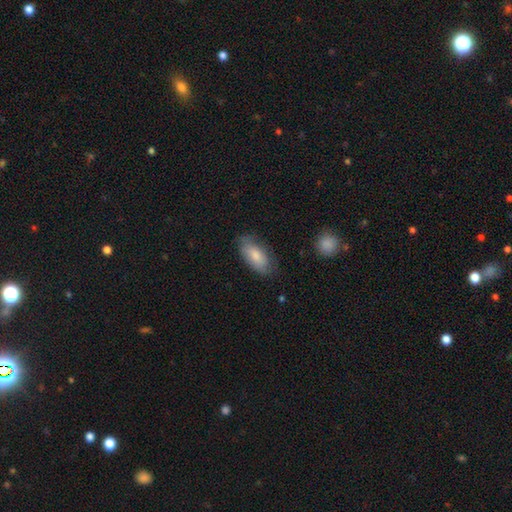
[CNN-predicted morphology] smooth-or-featured: smooth: 80% | featured or disk: 14% | star or artifact: 6%
  how-rounded: in between: 89% | cigar-shaped: 9% | round: 2%
  merging: none: 71% | minor disturbance: 22% | major disturbance: 5% | merger: 1%